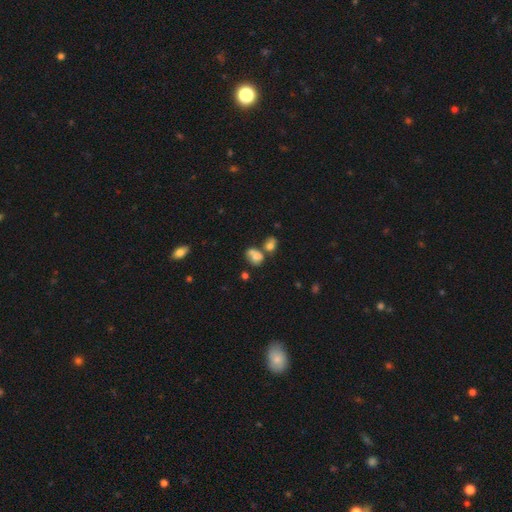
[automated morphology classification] smooth 69%, featured or disk 17%, star or artifact 13%. Down the decision tree: how rounded — in between (54%); merging — merger (48%).